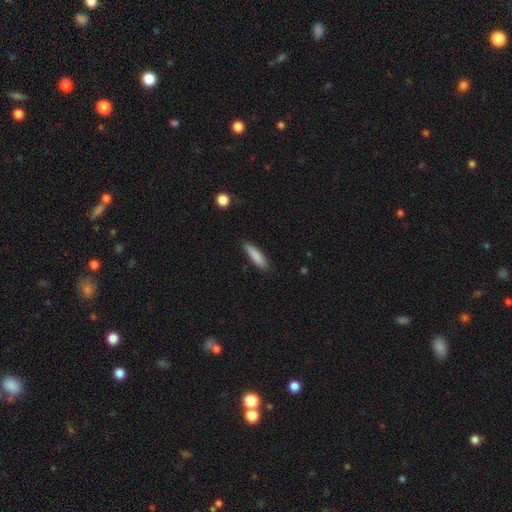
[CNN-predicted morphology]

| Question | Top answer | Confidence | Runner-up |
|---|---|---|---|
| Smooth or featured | smooth | 86% | featured or disk (8%) |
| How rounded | cigar-shaped | 72% | in between (26%) |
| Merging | none | 85% | minor disturbance (12%) |